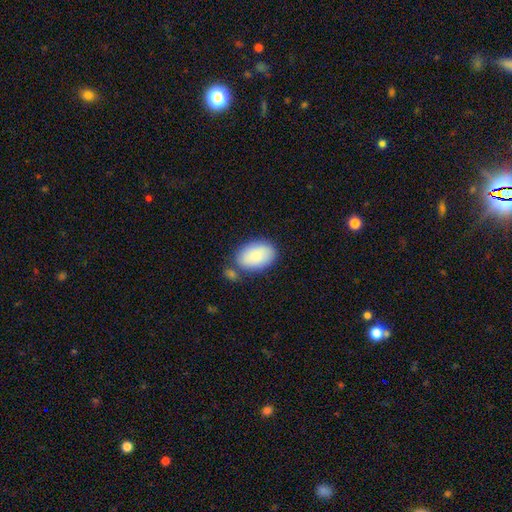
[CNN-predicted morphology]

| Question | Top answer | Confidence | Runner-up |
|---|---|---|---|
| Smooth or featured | smooth | 87% | featured or disk (7%) |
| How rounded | in between | 91% | round (8%) |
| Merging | none | 64% | minor disturbance (17%) |